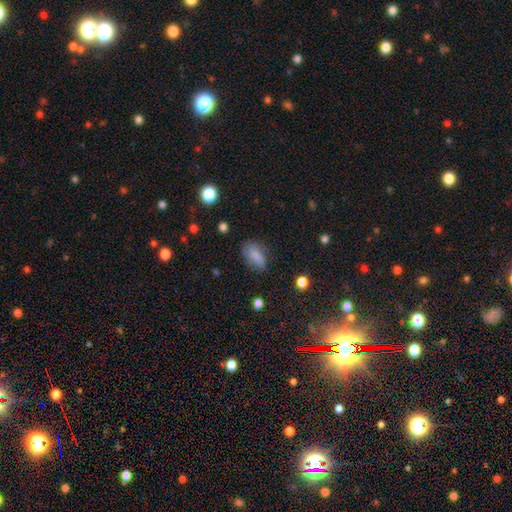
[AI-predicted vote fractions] Smooth or featured: smooth — 79% (featured or disk — 12%)
How rounded: in between — 88% (round — 6%)
Merging: none — 68% (minor disturbance — 23%)